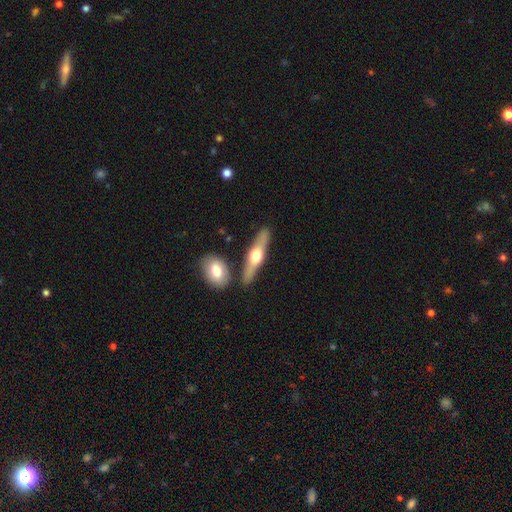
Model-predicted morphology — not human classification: type=featured or disk (58%); edge-on=yes (89%); edge-on bulge=rounded (95%); merging=none (80%).